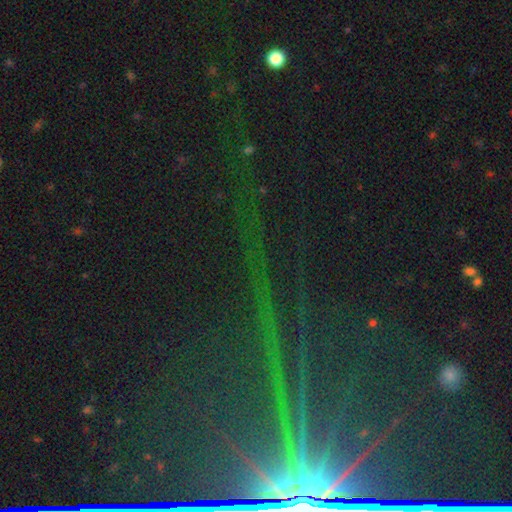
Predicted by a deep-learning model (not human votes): This is clearly a star or artifact rather than a galaxy (84%).